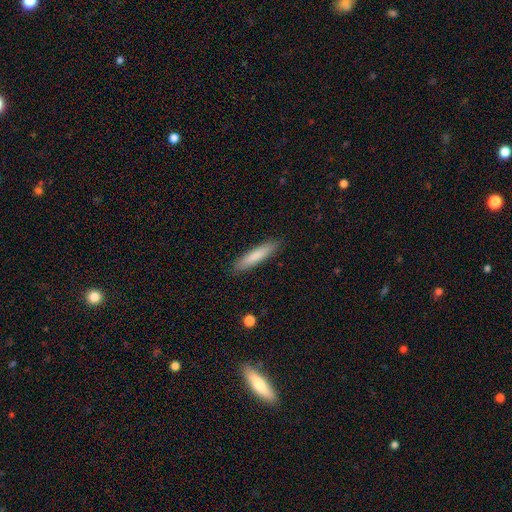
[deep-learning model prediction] smooth_or_featured: smooth (p=0.82) [alt: featured or disk p=0.13]
how_rounded: cigar-shaped (p=0.86) [alt: in between p=0.13]
merging: none (p=0.89) [alt: minor disturbance p=0.08]